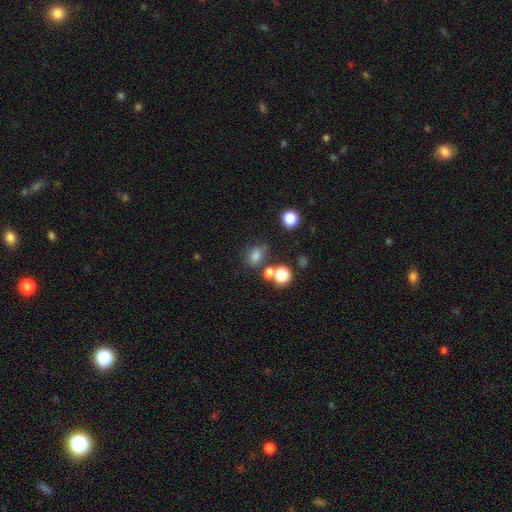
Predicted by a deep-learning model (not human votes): smooth-or-featured: smooth: 75% | star or artifact: 18% | featured or disk: 7%
  how-rounded: in between: 57% | round: 42% | cigar-shaped: 1%
  merging: none: 63% | merger: 17% | minor disturbance: 14% | major disturbance: 6%